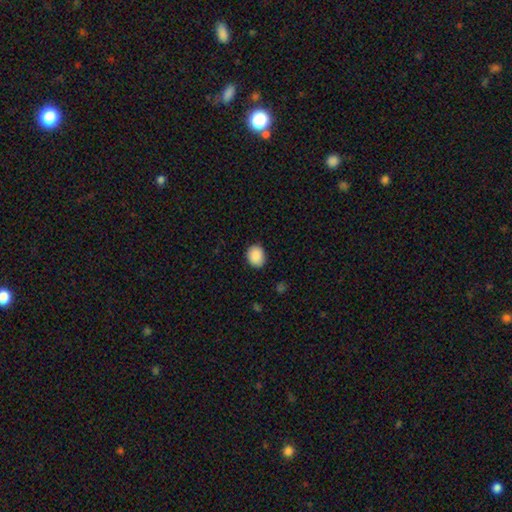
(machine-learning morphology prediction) Smooth or featured? smooth (90%)
How rounded? round (54%)
Merging? none (86%)